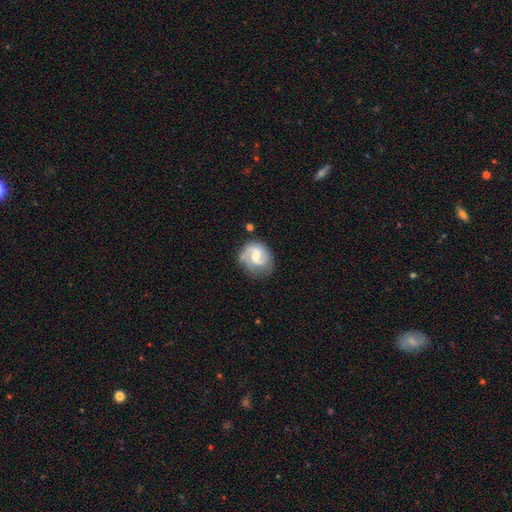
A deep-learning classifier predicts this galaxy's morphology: Q: Smooth or featured?
A: featured or disk (78%); runner-up: smooth (17%)
Q: Edge-on disk?
A: no (98%); runner-up: yes (2%)
Q: Bar?
A: weak (54%); runner-up: no (32%)
Q: Spiral arms?
A: yes (93%); runner-up: no (7%)
Q: Spiral winding?
A: medium (48%); runner-up: tight (28%)
Q: Spiral arm count?
A: 2 (76%); runner-up: 1 (12%)
Q: Bulge size?
A: moderate (63%); runner-up: small (29%)
Q: Merging?
A: none (68%); runner-up: minor disturbance (21%)